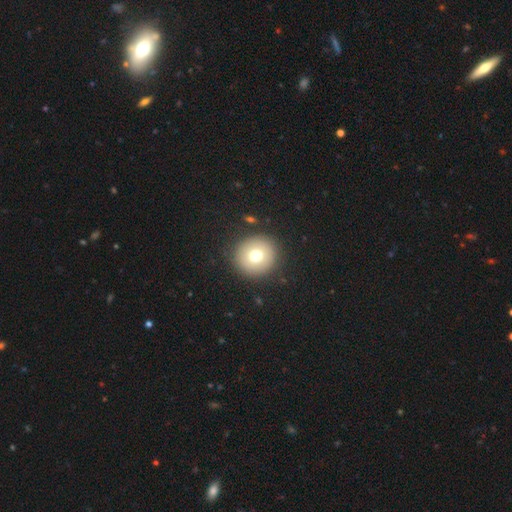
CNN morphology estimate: type=smooth (72%); roundness=round (94%); merging=none (90%).